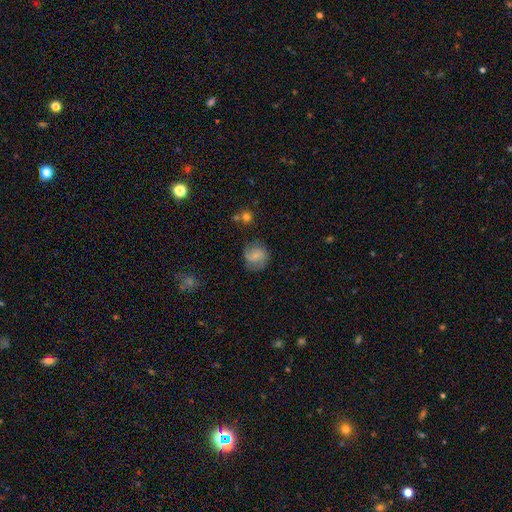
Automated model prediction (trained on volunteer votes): Smooth or featured? smooth (60%)
How rounded? round (83%)
Merging? none (71%)